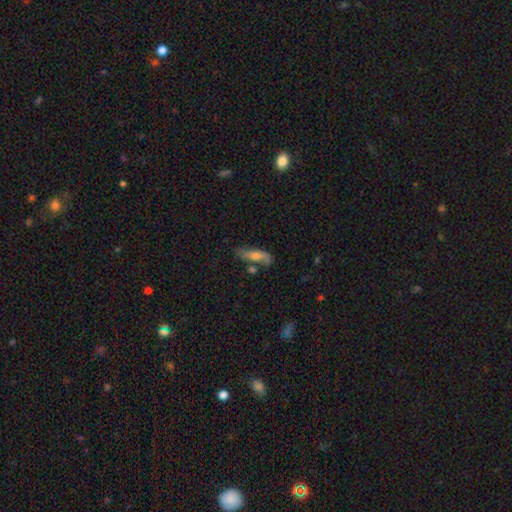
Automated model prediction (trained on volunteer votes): A smooth galaxy with no disk features (48%). Merging: none (60%).